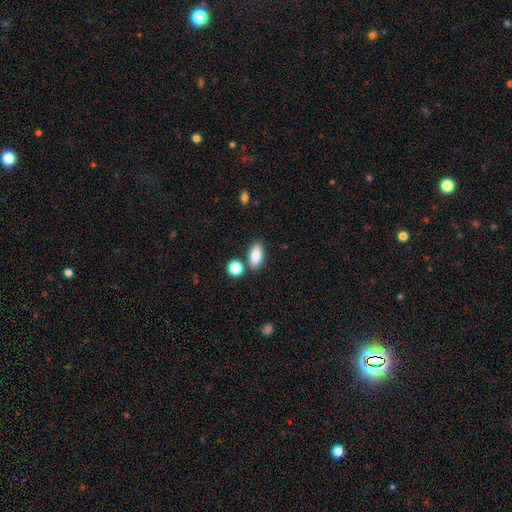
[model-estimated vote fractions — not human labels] Smooth or featured?
  - smooth: 85% *
  - star or artifact: 8%
  - featured or disk: 8%
How rounded?
  - in between: 87% *
  - cigar-shaped: 7%
  - round: 6%
Merging?
  - none: 77% *
  - minor disturbance: 11%
  - merger: 10%
  - major disturbance: 3%